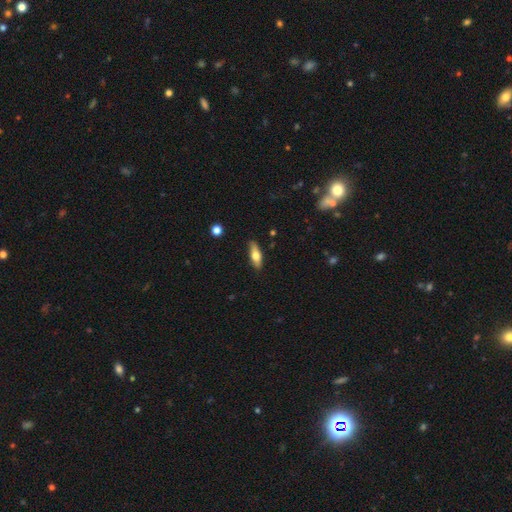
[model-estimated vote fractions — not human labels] Smooth or featured? Predicted: smooth (p=0.61). How rounded? Predicted: in between (p=0.56). Merging? Predicted: none (p=0.84).